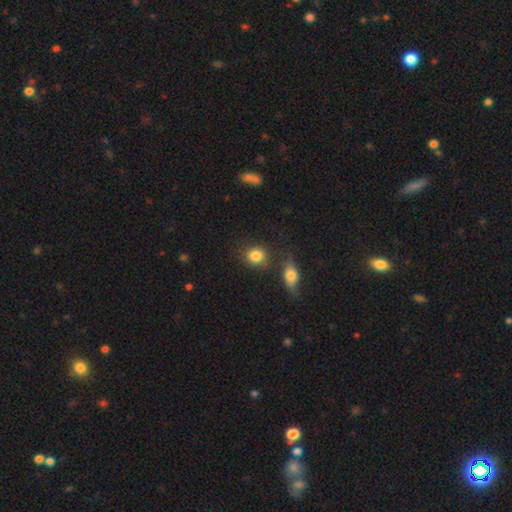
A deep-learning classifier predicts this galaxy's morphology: Overall: smooth (84%). How rounded: round (69%; in between 29%). Merging: none (70%).